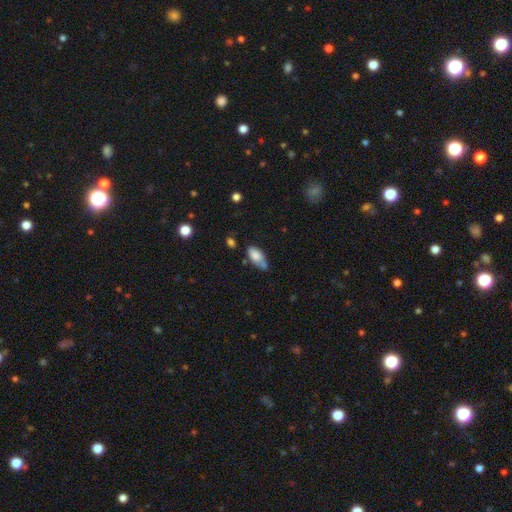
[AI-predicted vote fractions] smooth-or-featured: smooth: 78% | featured or disk: 15% | star or artifact: 8%
  how-rounded: in between: 88% | cigar-shaped: 9% | round: 3%
  merging: none: 41% | minor disturbance: 35% | merger: 14% | major disturbance: 10%